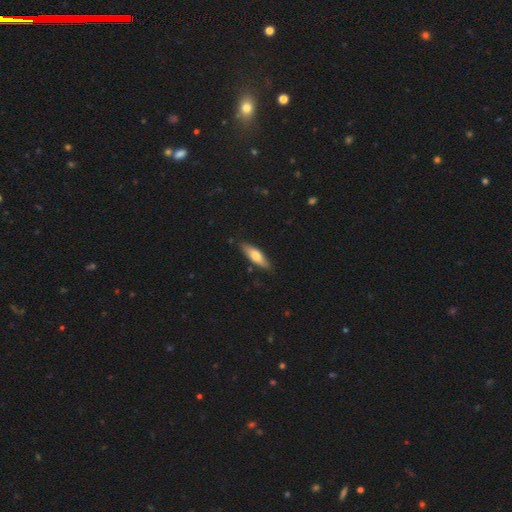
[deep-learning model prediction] smooth_or_featured: smooth (p=0.71) [alt: featured or disk p=0.24]
how_rounded: cigar-shaped (p=0.49) [tied with: in between p=0.49]
merging: none (p=0.83) [alt: minor disturbance p=0.13]